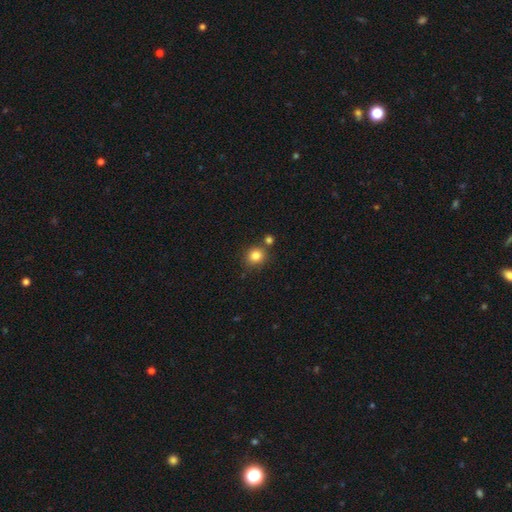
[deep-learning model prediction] Morphology: type=smooth (84%); roundness=round (84%); merging=none (73%).